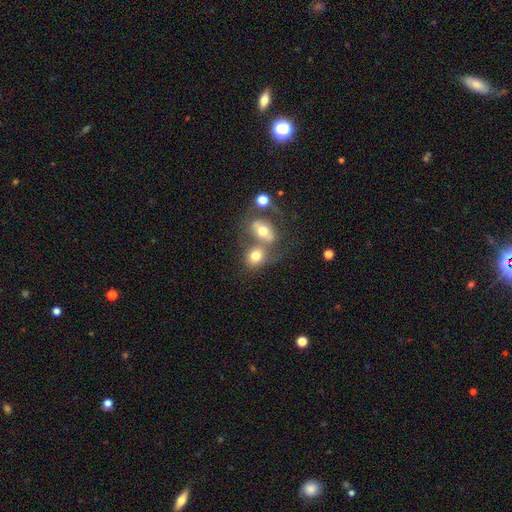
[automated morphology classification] A smooth galaxy with no disk features (67%) that is round (54%).

Vote fractions:
- Smooth or featured? smooth: 67% / featured or disk: 23% / star or artifact: 11%
- How rounded? round: 54% / in between: 45% / cigar-shaped: 1%
- Merging? merger: 51% / none: 32% / minor disturbance: 10% / major disturbance: 7%